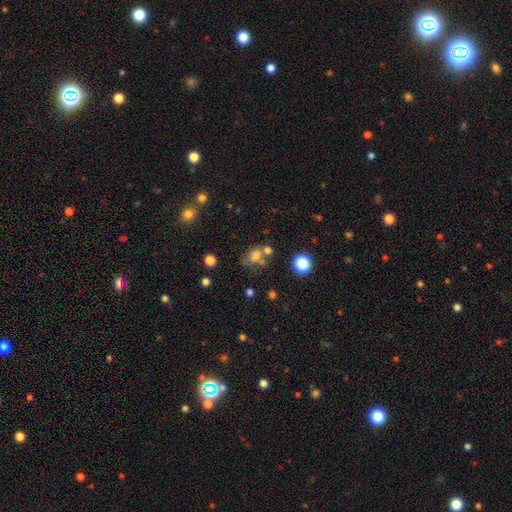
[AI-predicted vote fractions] Smooth or featured?
  - smooth: 66% *
  - star or artifact: 17%
  - featured or disk: 16%
How rounded?
  - in between: 60% *
  - round: 39%
  - cigar-shaped: 2%
Merging?
  - none: 41% *
  - merger: 32%
  - minor disturbance: 17%
  - major disturbance: 11%